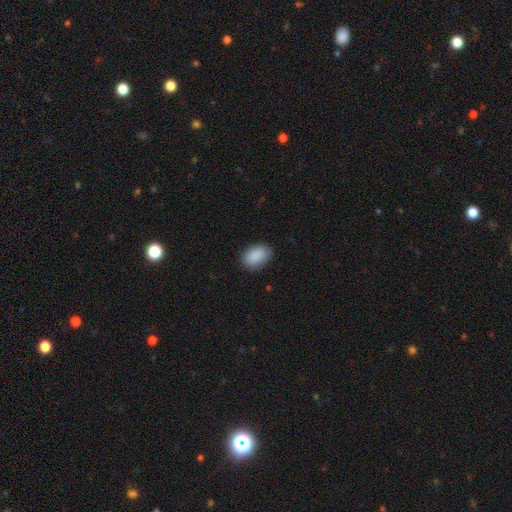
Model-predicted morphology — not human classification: This is clearly a smooth galaxy (90%). How rounded: clearly in between (84%). Merging: clearly none (84%).